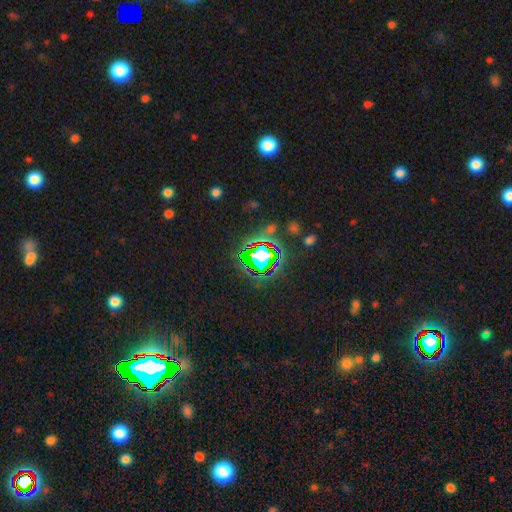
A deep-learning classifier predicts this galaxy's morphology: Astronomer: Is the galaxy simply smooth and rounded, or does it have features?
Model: star or artifact — 84%.